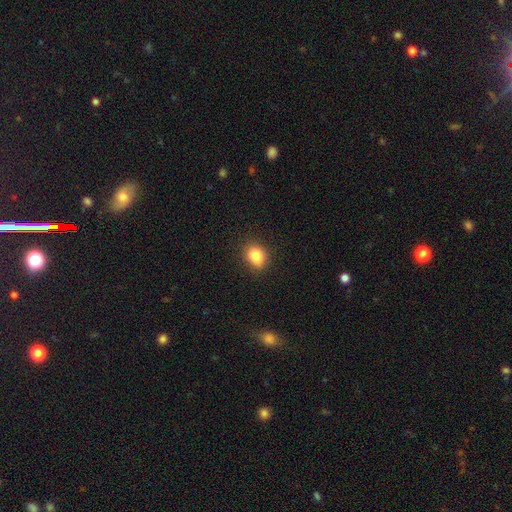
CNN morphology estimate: Smooth or featured? Predicted: smooth (p=0.85). How rounded? Predicted: in between (p=0.58). Merging? Predicted: none (p=0.87).